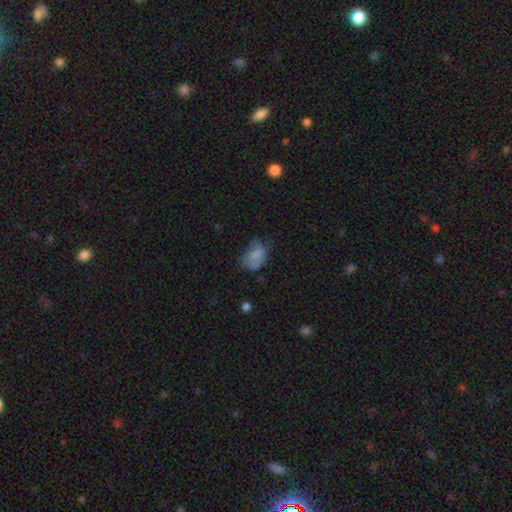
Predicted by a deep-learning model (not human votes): This appears to be a smooth galaxy with no disk features (61%) that is in between round and cigar-shaped (83%). Merging: none (35%).